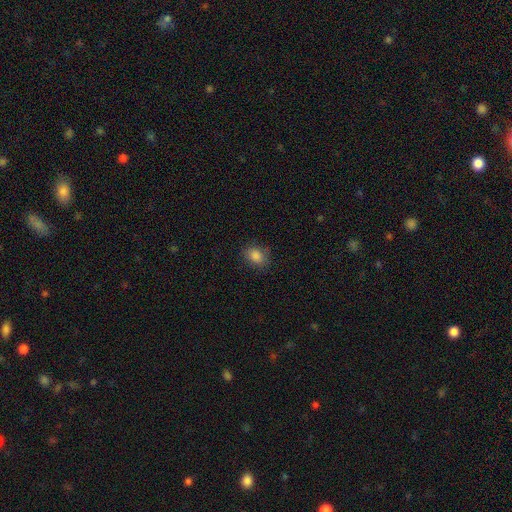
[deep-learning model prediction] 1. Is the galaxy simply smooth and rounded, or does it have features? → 85% smooth, 10% star or artifact, 5% featured or disk.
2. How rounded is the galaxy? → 59% in between, 40% round, 1% cigar-shaped.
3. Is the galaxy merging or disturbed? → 80% none, 15% minor disturbance, 4% major disturbance, 1% merger.